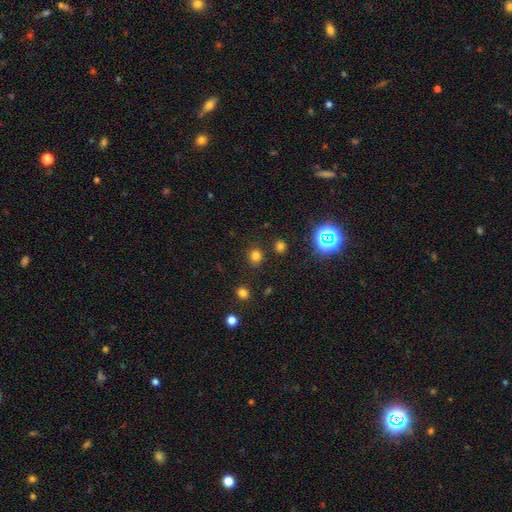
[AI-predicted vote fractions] Smooth or featured?
  - smooth: 75% *
  - star or artifact: 20%
  - featured or disk: 5%
How rounded?
  - round: 86% *
  - in between: 13%
  - cigar-shaped: 1%
Merging?
  - none: 86% *
  - minor disturbance: 8%
  - merger: 3%
  - major disturbance: 3%